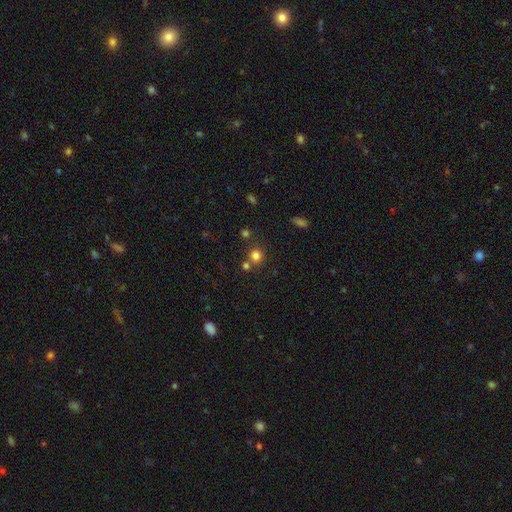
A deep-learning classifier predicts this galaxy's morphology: A smooth galaxy with no disk features (78%) that is round (88%).

Vote fractions:
- Smooth or featured? smooth: 78% / star or artifact: 16% / featured or disk: 6%
- How rounded? round: 88% / in between: 11% / cigar-shaped: 1%
- Merging? none: 69% / merger: 19% / minor disturbance: 8% / major disturbance: 3%